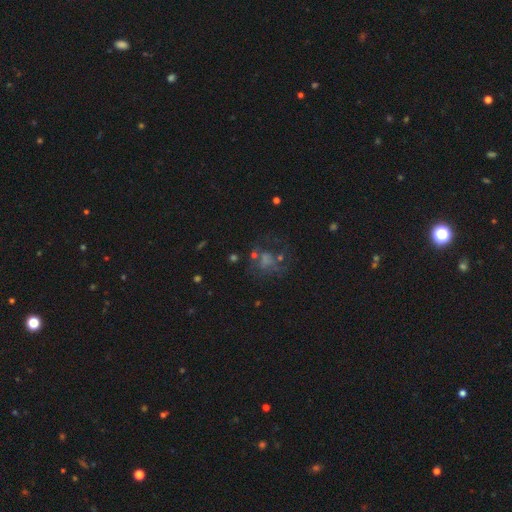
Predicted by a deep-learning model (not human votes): The model was most divided on "smooth or featured": featured or disk: 41%, star or artifact: 32%, smooth: 27%. Remaining: merging — none (47%).